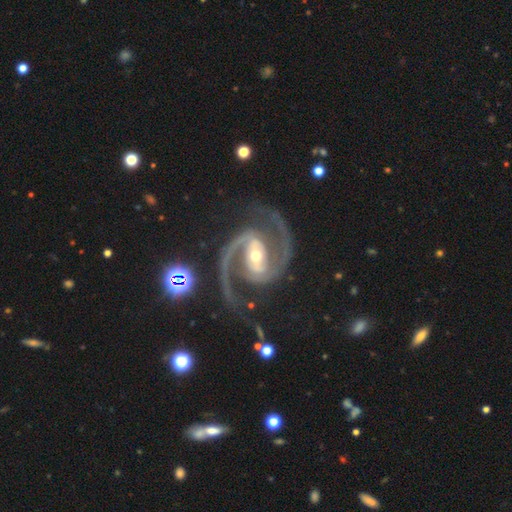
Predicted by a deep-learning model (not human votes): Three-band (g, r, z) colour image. It shows a featured or disk galaxy (94%) with a strong bar (49%), 2 (94%) medium (68%) spiral arms (99%) and a moderate central bulge (54%). Merging: none (79%).